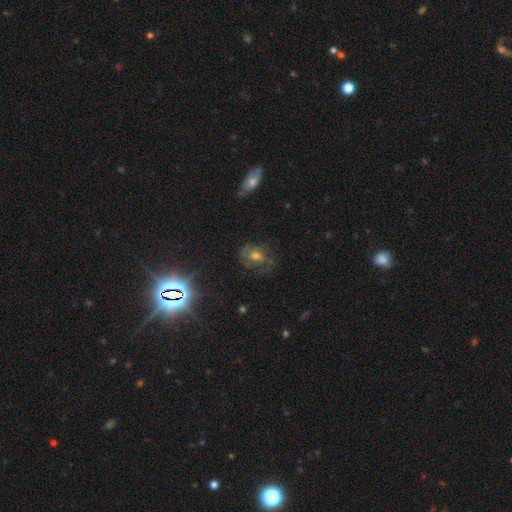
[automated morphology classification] Smooth or featured?
  - featured or disk: 35% *
  - smooth: 33%
  - star or artifact: 32%
Merging?
  - none: 64% *
  - minor disturbance: 20%
  - major disturbance: 14%
  - merger: 2%